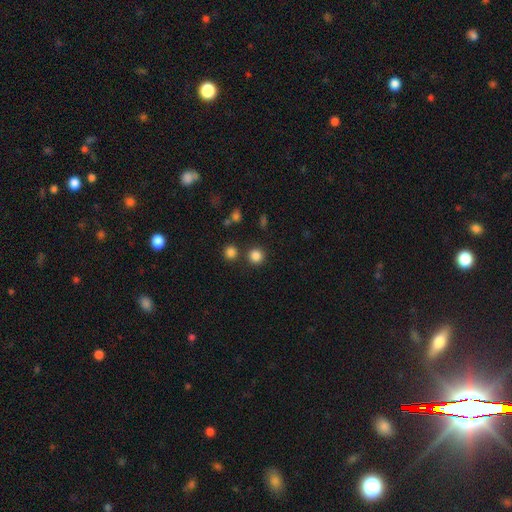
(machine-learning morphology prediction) Smooth or featured? smooth (83%)
How rounded? round (93%)
Merging? none (83%)